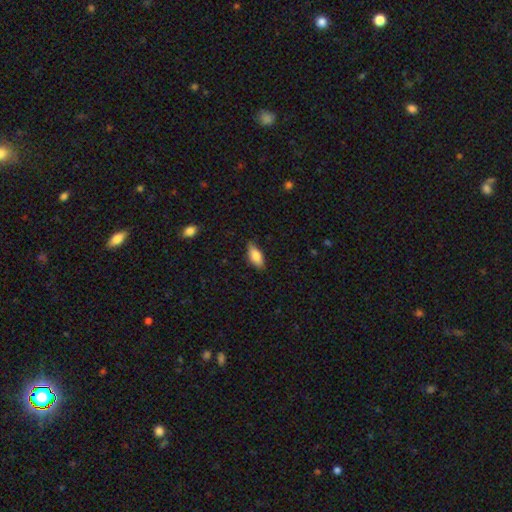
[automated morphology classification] Smooth or featured? Predicted: smooth (p=0.79). How rounded? Predicted: in between (p=0.83). Merging? Predicted: none (p=0.80).